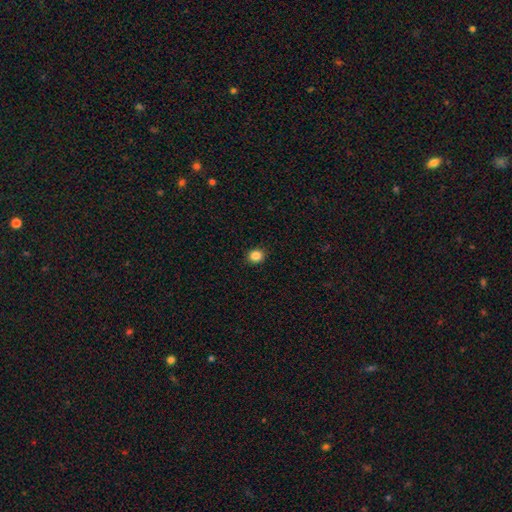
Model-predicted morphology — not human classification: Smooth or featured: smooth — 86% (star or artifact — 11%)
How rounded: round — 83% (in between — 16%)
Merging: none — 92% (minor disturbance — 6%)